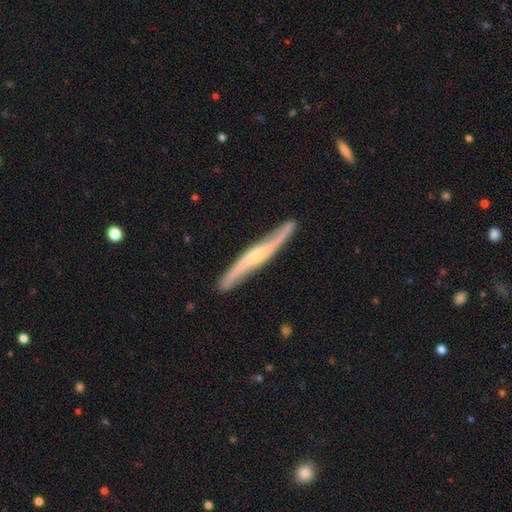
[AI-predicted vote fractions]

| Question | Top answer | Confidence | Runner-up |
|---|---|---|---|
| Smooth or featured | featured or disk | 77% | smooth (18%) |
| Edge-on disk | yes | 65% | no (35%) |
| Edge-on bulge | rounded | 61% | none (28%) |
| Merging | none | 81% | minor disturbance (14%) |